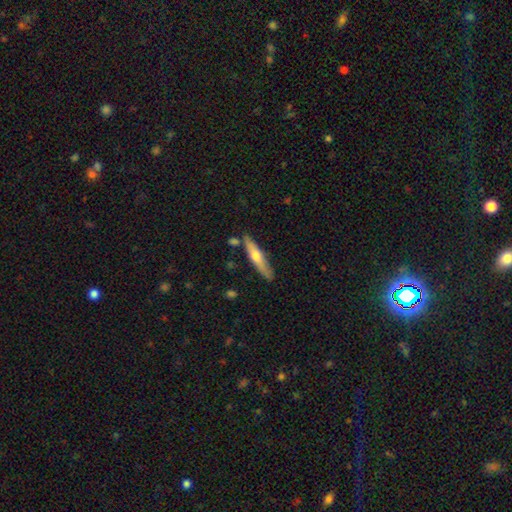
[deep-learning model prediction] This is possibly a smooth galaxy (49%). Merging: likely none (80%).